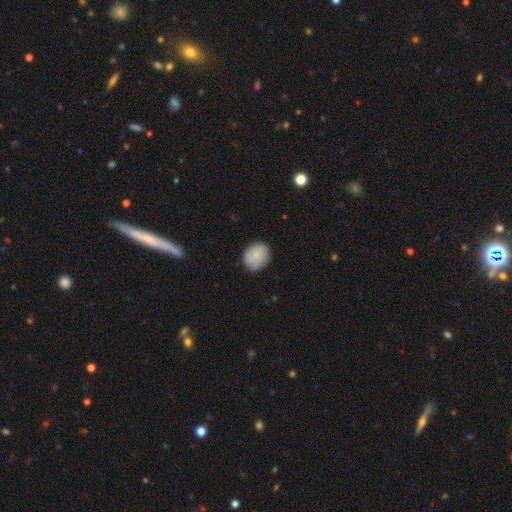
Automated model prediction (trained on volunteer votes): Smooth or featured: smooth — 84% (featured or disk — 9%)
How rounded: round — 52% (in between — 47%)
Merging: none — 80% (minor disturbance — 16%)